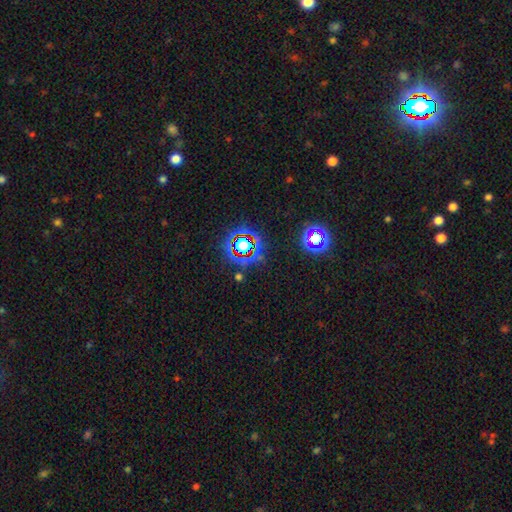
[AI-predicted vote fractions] star or artifact 71%, smooth 19%, featured or disk 10%.